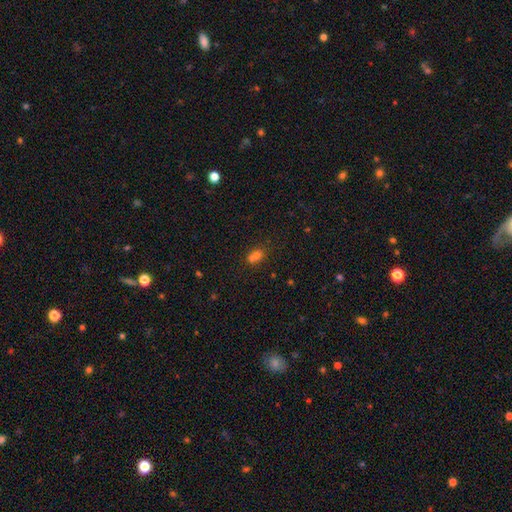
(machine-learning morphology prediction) Smooth or featured: smooth — 64% (star or artifact — 21%)
How rounded: round — 70% (in between — 28%)
Merging: merger — 54% (none — 36%)